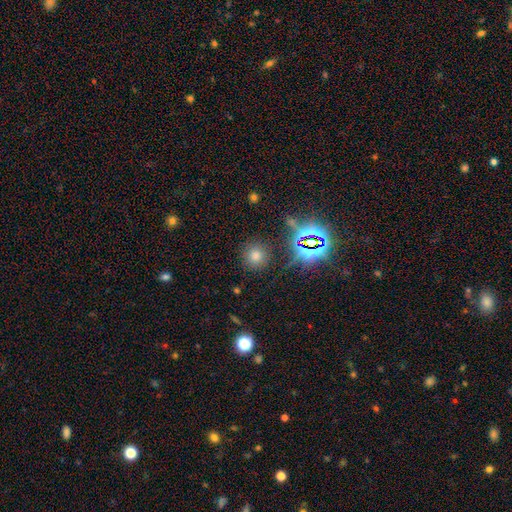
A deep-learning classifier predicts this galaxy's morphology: The model was most divided on "smooth or featured": smooth: 63%, star or artifact: 29%, featured or disk: 8%. More confident: how rounded — round (90%); merging — none (86%).